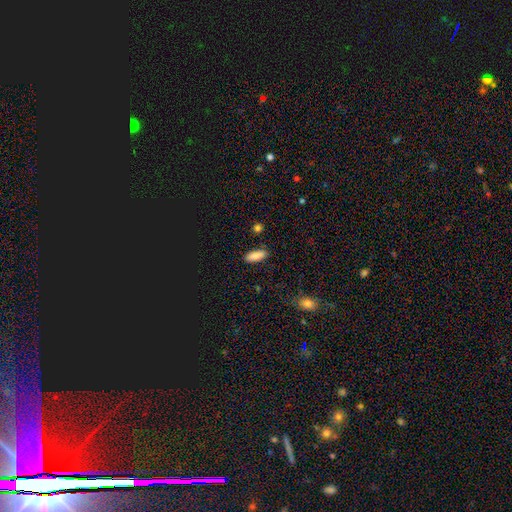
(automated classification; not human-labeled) Smooth or featured? Predicted: smooth (p=0.87). How rounded? Predicted: in between (p=0.73). Merging? Predicted: none (p=0.86).